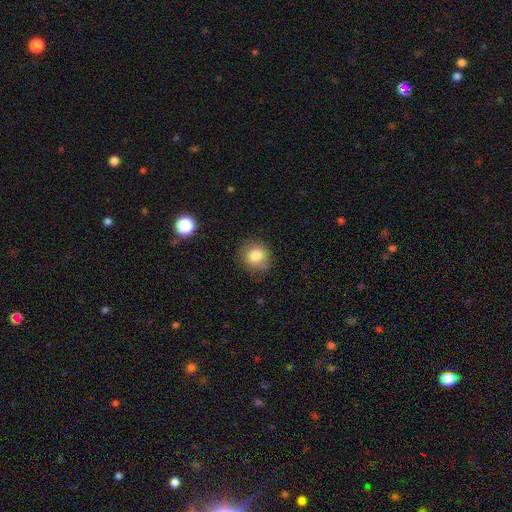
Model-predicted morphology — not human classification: Smooth or featured?
  - smooth: 82% *
  - star or artifact: 10%
  - featured or disk: 8%
How rounded?
  - round: 84% *
  - in between: 15%
  - cigar-shaped: 1%
Merging?
  - none: 78% *
  - minor disturbance: 16%
  - major disturbance: 4%
  - merger: 2%